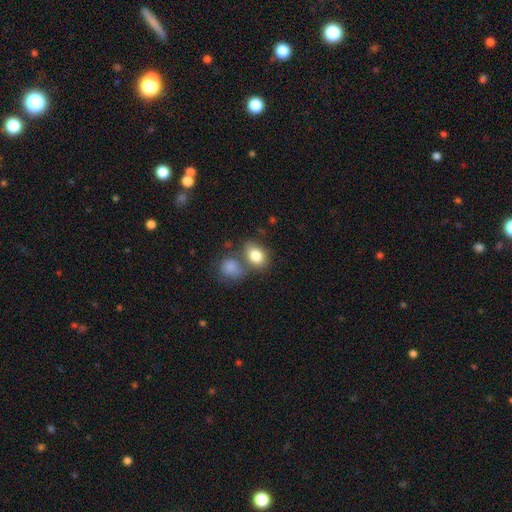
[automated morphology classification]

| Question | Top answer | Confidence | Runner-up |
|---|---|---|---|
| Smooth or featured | smooth | 82% | featured or disk (9%) |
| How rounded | in between | 68% | round (31%) |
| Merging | none | 50% | merger (31%) |